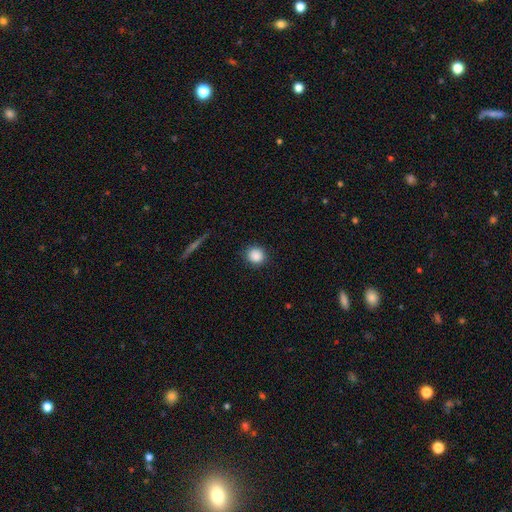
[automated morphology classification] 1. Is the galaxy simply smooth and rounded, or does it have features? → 87% smooth, 9% star or artifact, 4% featured or disk.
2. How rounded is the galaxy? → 90% round, 8% in between, 1% cigar-shaped.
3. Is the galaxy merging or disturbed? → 89% none, 8% minor disturbance, 2% major disturbance, 1% merger.